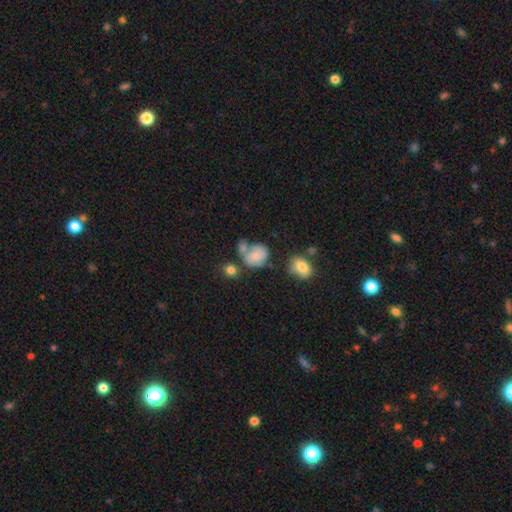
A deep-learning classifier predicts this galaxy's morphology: smooth_or_featured: smooth (p=0.70) [alt: featured or disk p=0.21]
how_rounded: round (p=0.55) [alt: in between p=0.44]
merging: none (p=0.37) [alt: merger p=0.29]